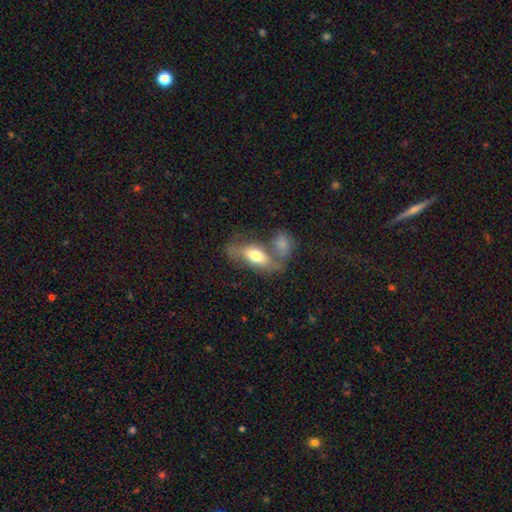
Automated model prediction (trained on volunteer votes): smooth-or-featured: smooth: 60% | featured or disk: 33% | star or artifact: 7%
  how-rounded: in between: 82% | cigar-shaped: 13% | round: 5%
  merging: merger: 39% | none: 36% | minor disturbance: 15% | major disturbance: 10%